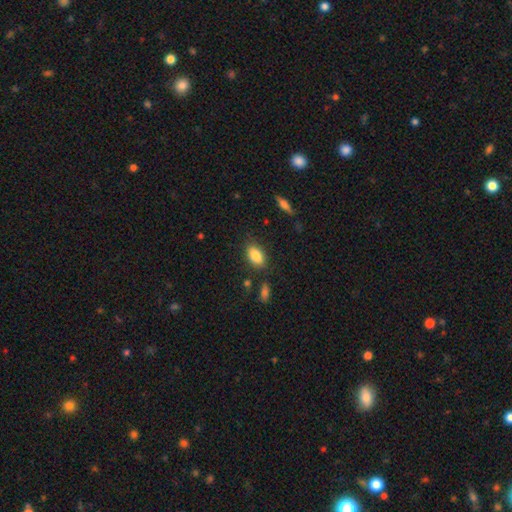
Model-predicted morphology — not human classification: type=smooth (86%); roundness=in between (90%); merging=none (80%).